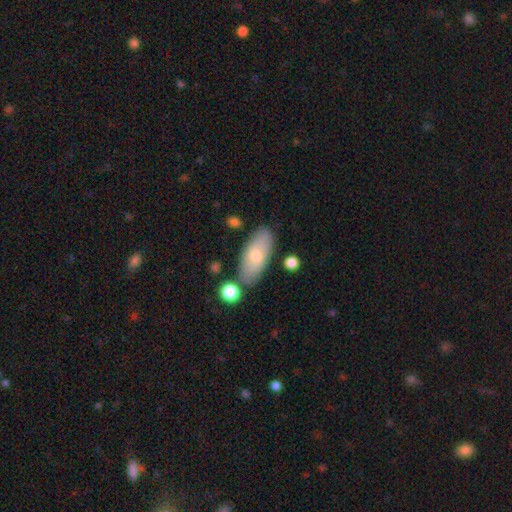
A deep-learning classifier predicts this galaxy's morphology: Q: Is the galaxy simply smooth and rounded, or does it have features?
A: smooth — 70%.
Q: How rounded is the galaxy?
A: in between — 84%.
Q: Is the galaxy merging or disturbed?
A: none — 79%.